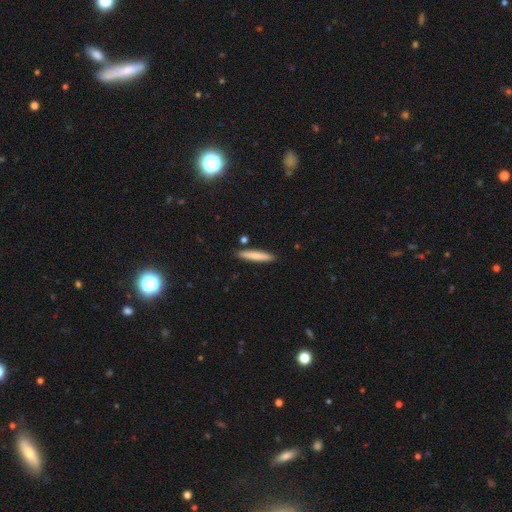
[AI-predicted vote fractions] Overall: smooth (73%). How rounded: cigar-shaped (91%). Merging: none (88%).